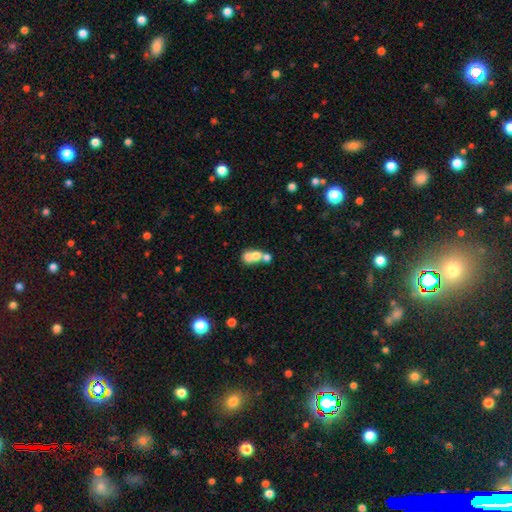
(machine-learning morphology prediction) A smooth galaxy with no disk features (63%) that is in between round and cigar-shaped (50%).

Vote fractions:
- Smooth or featured? smooth: 63% / featured or disk: 26% / star or artifact: 11%
- How rounded? in between: 50% / round: 48% / cigar-shaped: 2%
- Merging? merger: 67% / none: 21% / minor disturbance: 7% / major disturbance: 5%